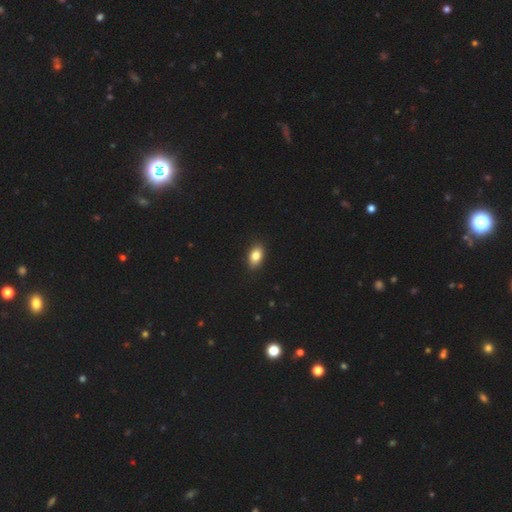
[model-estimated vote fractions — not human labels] A smooth galaxy with no disk features (84%) that is in between round and cigar-shaped (87%).

Vote fractions:
- Smooth or featured? smooth: 84% / star or artifact: 9% / featured or disk: 7%
- How rounded? in between: 87% / round: 11% / cigar-shaped: 2%
- Merging? none: 89% / minor disturbance: 8% / major disturbance: 2% / merger: 1%